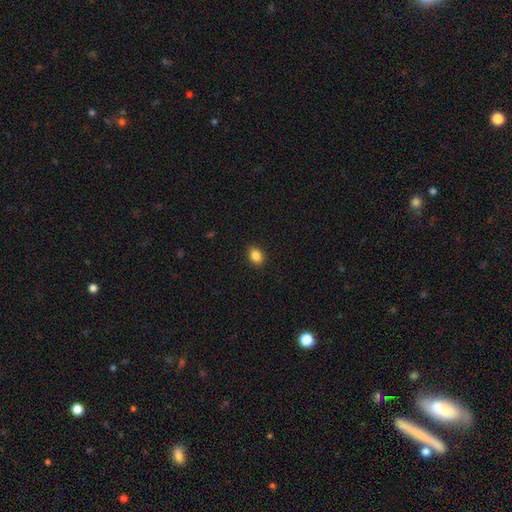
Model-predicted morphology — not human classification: This appears to be a smooth galaxy with no disk features (86%) that is in between round and cigar-shaped (66%). Merging: none (89%).